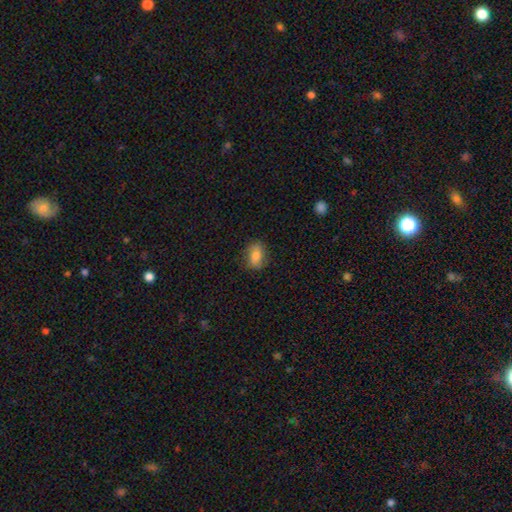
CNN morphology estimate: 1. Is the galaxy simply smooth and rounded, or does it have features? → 73% smooth, 19% featured or disk, 8% star or artifact.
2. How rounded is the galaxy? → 76% in between, 21% round, 3% cigar-shaped.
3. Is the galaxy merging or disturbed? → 79% none, 16% minor disturbance, 4% major disturbance, 1% merger.